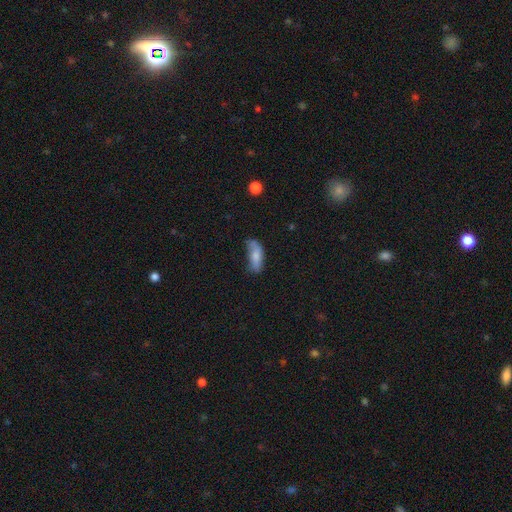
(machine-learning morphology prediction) Overall: smooth (72%). How rounded: in between (73%). Merging: none (46%; minor disturbance 36%).